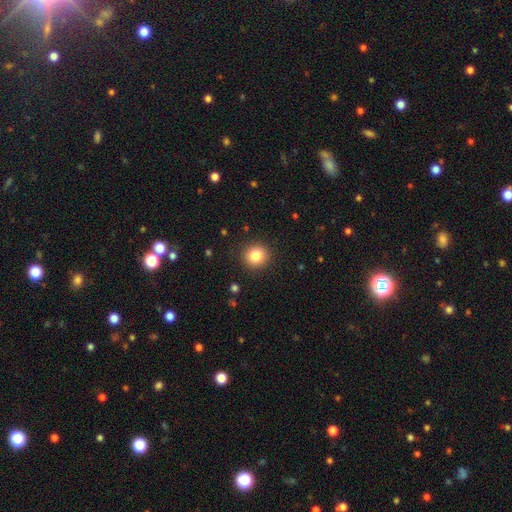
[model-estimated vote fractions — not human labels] Smooth or featured? Predicted: smooth (p=0.83). How rounded? Predicted: round (p=0.91). Merging? Predicted: none (p=0.91).